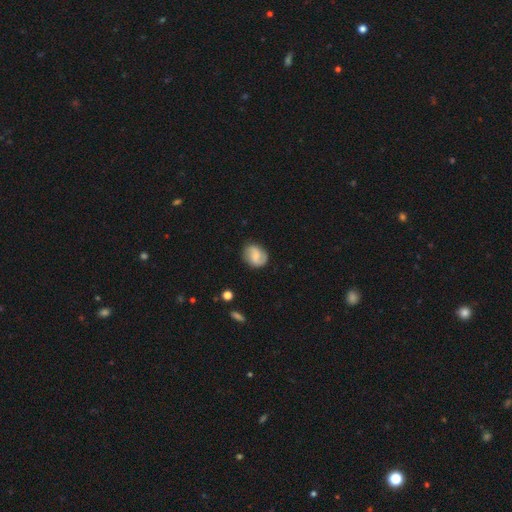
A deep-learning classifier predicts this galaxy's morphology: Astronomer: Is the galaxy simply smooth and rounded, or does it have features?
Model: featured or disk — 52% (runner-up: smooth, 40%).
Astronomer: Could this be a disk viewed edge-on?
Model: no — 98%.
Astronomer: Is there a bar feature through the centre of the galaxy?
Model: weak — 48% (runner-up: no, 40%).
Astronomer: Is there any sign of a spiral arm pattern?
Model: yes — 91%.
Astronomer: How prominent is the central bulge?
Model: none — 34% (runner-up: small, 31%).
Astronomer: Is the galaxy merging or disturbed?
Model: none — 79%.